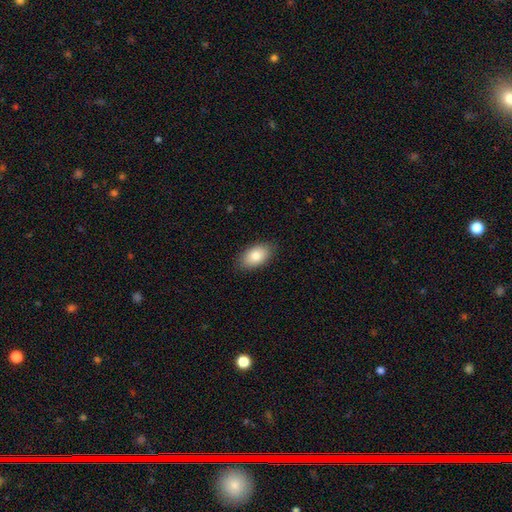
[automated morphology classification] Q: Smooth or featured?
A: smooth (84%); runner-up: featured or disk (10%)
Q: How rounded?
A: in between (93%); runner-up: round (6%)
Q: Merging?
A: none (86%); runner-up: minor disturbance (10%)